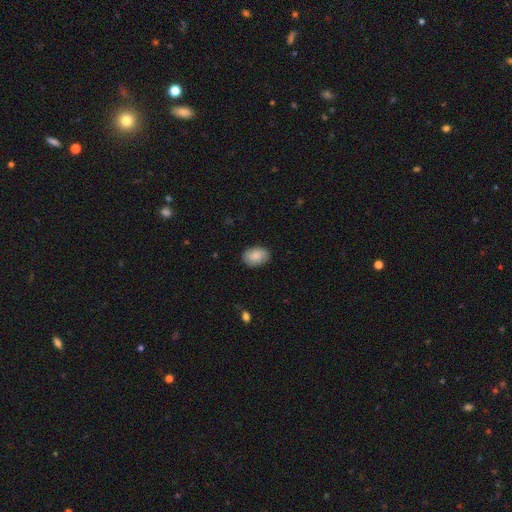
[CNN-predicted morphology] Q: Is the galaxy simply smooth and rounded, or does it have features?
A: smooth — 85%.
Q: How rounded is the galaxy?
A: in between — 84%.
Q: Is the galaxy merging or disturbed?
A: none — 86%.